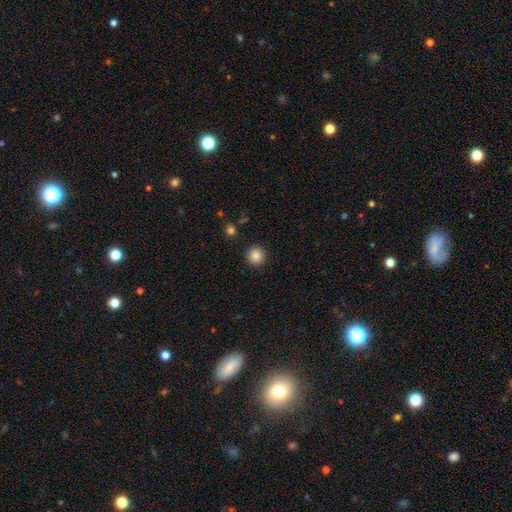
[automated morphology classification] smooth-or-featured: smooth: 87% | star or artifact: 10% | featured or disk: 4%
  how-rounded: round: 94% | in between: 5% | cigar-shaped: 1%
  merging: none: 92% | minor disturbance: 5% | major disturbance: 2% | merger: 1%